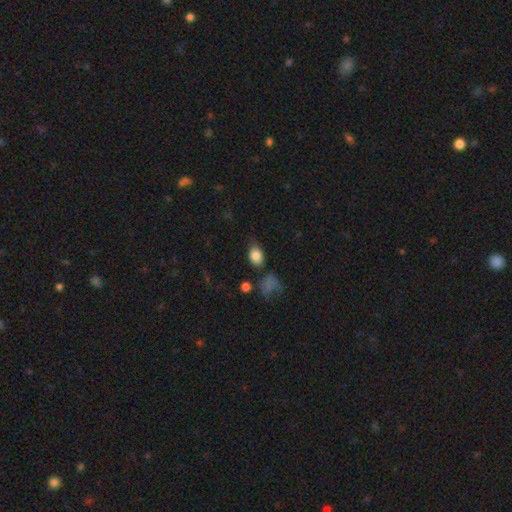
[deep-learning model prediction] Morphology: type=smooth (83%); roundness=in between (77%); merging=none (61%).